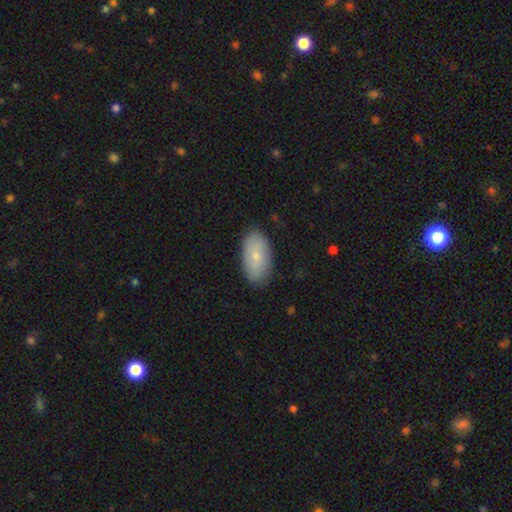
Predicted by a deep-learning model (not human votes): The model was most divided on "smooth or featured": smooth: 74%, featured or disk: 19%, star or artifact: 6%. More confident: how rounded — in between (94%); merging — none (85%).